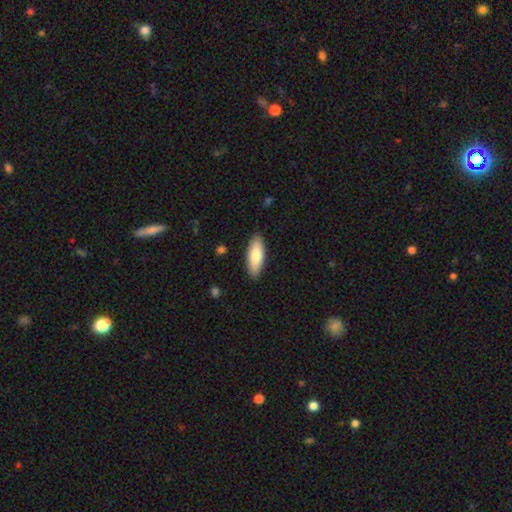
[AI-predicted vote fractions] Smooth or featured? Predicted: smooth (p=0.78). How rounded? Predicted: in between (p=0.72). Merging? Predicted: none (p=0.89).